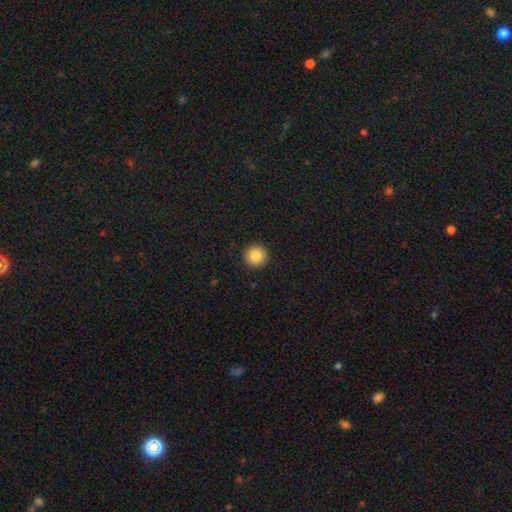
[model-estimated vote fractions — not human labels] smooth_or_featured: smooth (p=0.85) [alt: star or artifact p=0.09]
how_rounded: round (p=0.96) [alt: in between p=0.03]
merging: none (p=0.93) [alt: minor disturbance p=0.04]